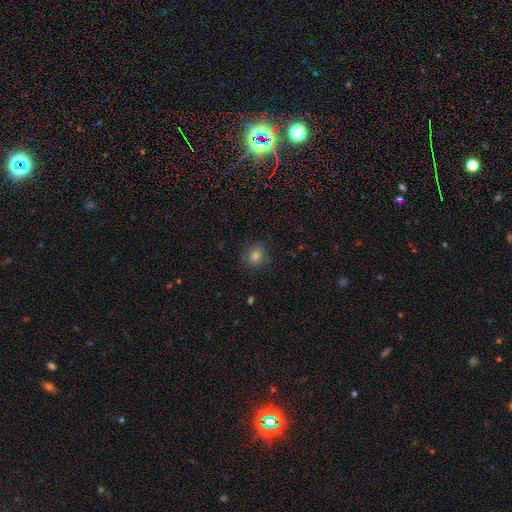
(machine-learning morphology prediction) Smooth or featured?
  - smooth: 73% *
  - star or artifact: 20%
  - featured or disk: 8%
How rounded?
  - round: 87% *
  - in between: 12%
  - cigar-shaped: 1%
Merging?
  - none: 85% *
  - minor disturbance: 11%
  - major disturbance: 3%
  - merger: 1%